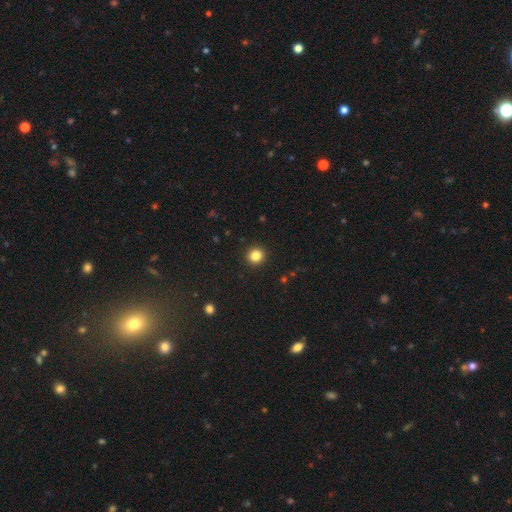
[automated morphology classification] This is clearly a smooth galaxy (84%). How rounded: clearly round (92%). Merging: clearly none (93%).